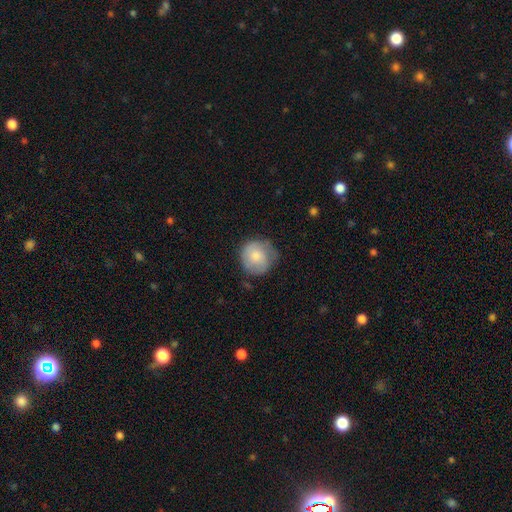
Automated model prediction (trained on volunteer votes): smooth_or_featured: smooth (p=0.67) [alt: featured or disk p=0.26]
how_rounded: round (p=0.89) [alt: in between p=0.10]
merging: none (p=0.63) [alt: minor disturbance p=0.27]